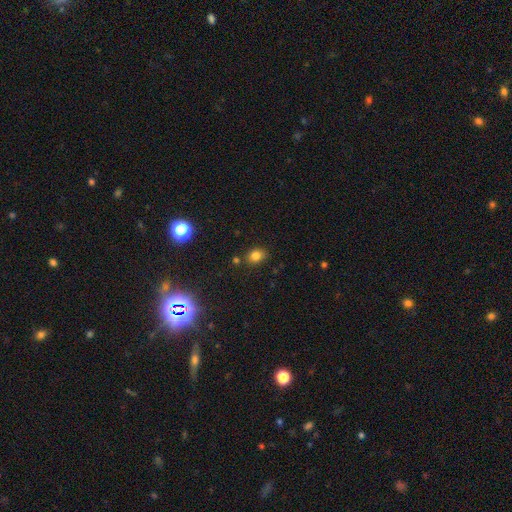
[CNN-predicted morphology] smooth-or-featured: smooth: 78% | star or artifact: 15% | featured or disk: 7%
  how-rounded: in between: 50% | round: 49% | cigar-shaped: 1%
  merging: none: 79% | minor disturbance: 12% | merger: 5% | major disturbance: 3%